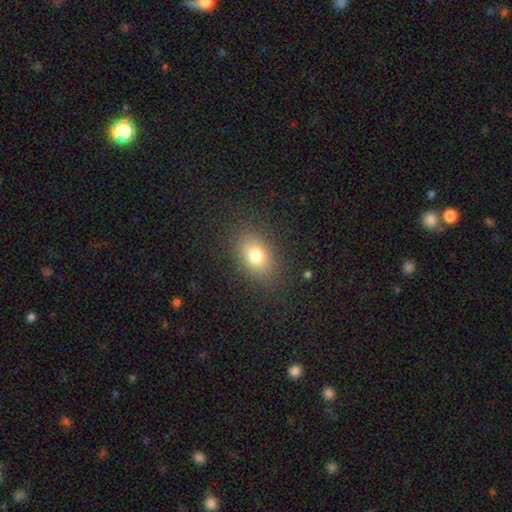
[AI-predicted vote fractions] Smooth or featured? Predicted: smooth (p=0.78). How rounded? Predicted: in between (p=0.78). Merging? Predicted: none (p=0.84).